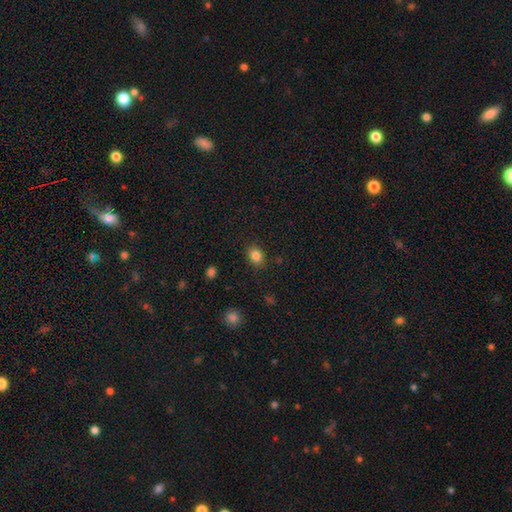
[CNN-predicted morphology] type=smooth (84%); roundness=in between (57%); merging=none (86%).